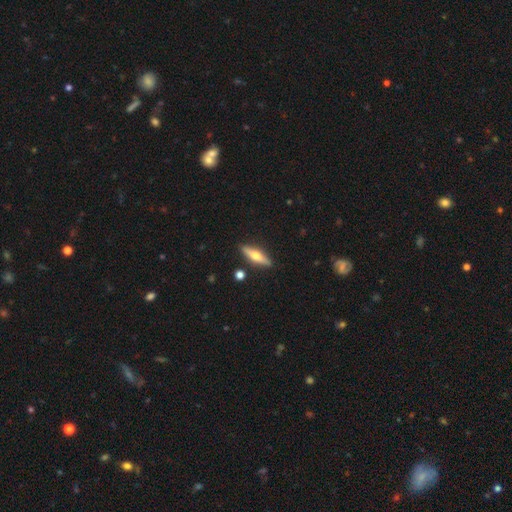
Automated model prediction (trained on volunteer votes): Q: Smooth or featured?
A: featured or disk (57%); runner-up: smooth (37%)
Q: Edge-on disk?
A: yes (93%); runner-up: no (7%)
Q: Edge-on bulge?
A: rounded (94%); runner-up: none (3%)
Q: Merging?
A: none (88%); runner-up: minor disturbance (8%)